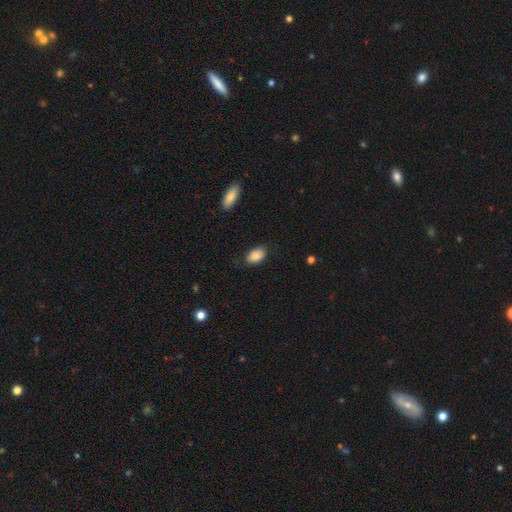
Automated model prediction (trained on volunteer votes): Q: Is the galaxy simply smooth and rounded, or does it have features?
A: smooth — 85%.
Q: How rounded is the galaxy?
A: in between — 90%.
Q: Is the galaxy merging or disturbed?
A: none — 77%.